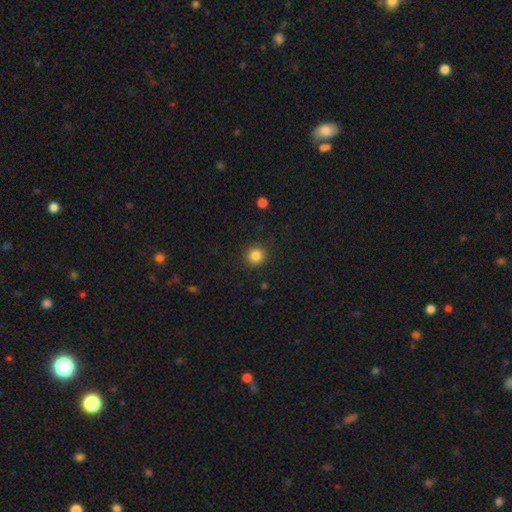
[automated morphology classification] Smooth or featured? smooth (85%)
How rounded? round (94%)
Merging? none (91%)